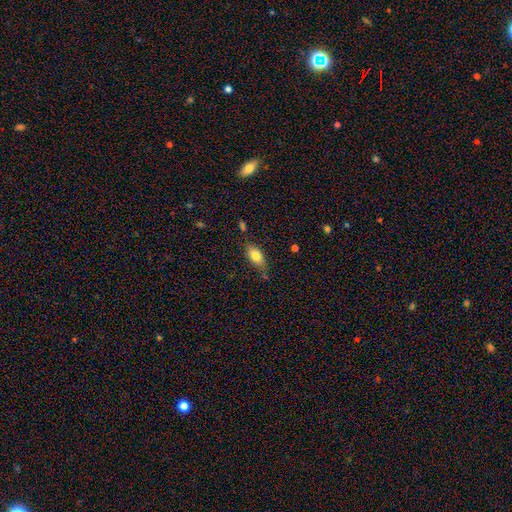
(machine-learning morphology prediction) Smooth or featured?
  - smooth: 80% *
  - featured or disk: 12%
  - star or artifact: 8%
How rounded?
  - in between: 86% *
  - cigar-shaped: 10%
  - round: 4%
Merging?
  - none: 70% *
  - minor disturbance: 21%
  - major disturbance: 5%
  - merger: 5%